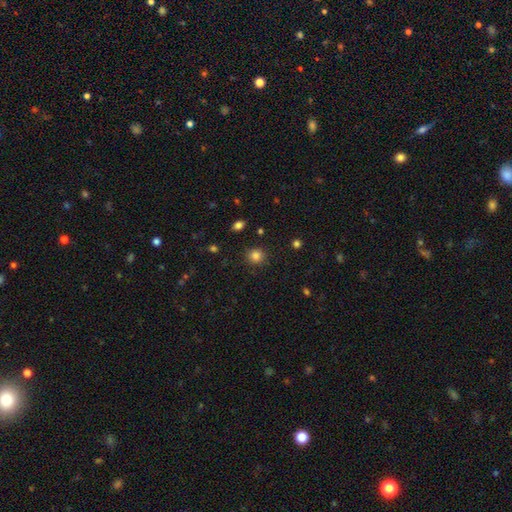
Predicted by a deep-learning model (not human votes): Smooth or featured: smooth — 83% (star or artifact — 12%)
How rounded: round — 87% (in between — 12%)
Merging: none — 88% (minor disturbance — 7%)